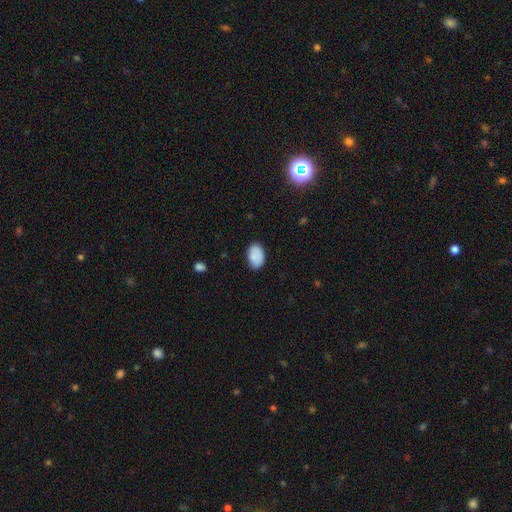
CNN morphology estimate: Smooth or featured? Predicted: smooth (p=0.87). How rounded? Predicted: in between (p=0.91). Merging? Predicted: none (p=0.83).